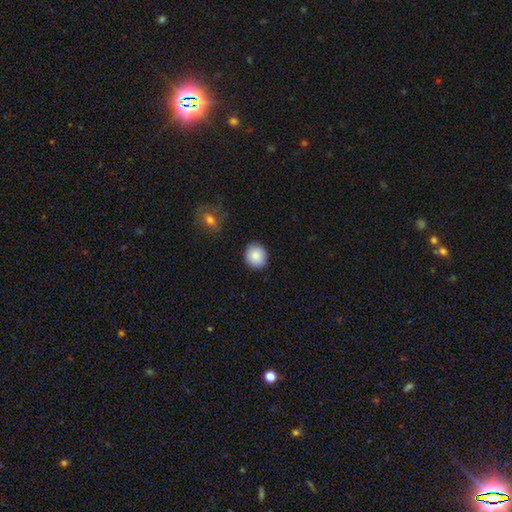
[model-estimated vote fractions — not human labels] The model was most divided on "how rounded": round: 85%, in between: 14%, cigar-shaped: 1%. More confident: merging — none (90%); smooth or featured — smooth (88%).